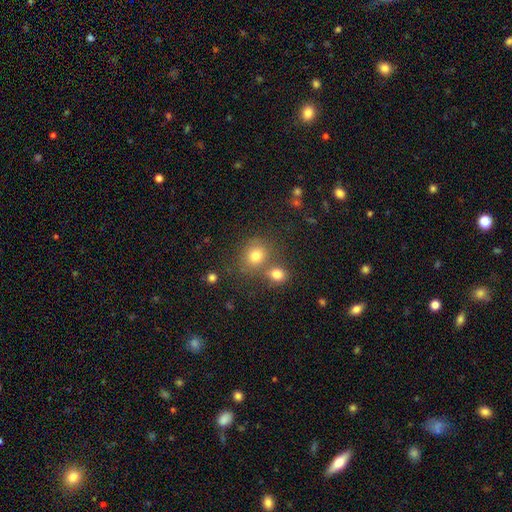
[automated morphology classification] Smooth or featured?
  - smooth: 78% *
  - star or artifact: 14%
  - featured or disk: 8%
How rounded?
  - round: 74% *
  - in between: 25%
  - cigar-shaped: 1%
Merging?
  - none: 56% *
  - merger: 29%
  - minor disturbance: 10%
  - major disturbance: 4%